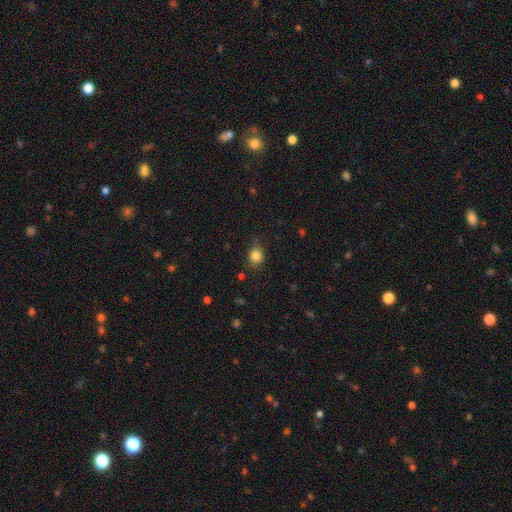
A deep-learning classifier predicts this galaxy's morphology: type=smooth (84%); roundness=round (78%); merging=none (74%).